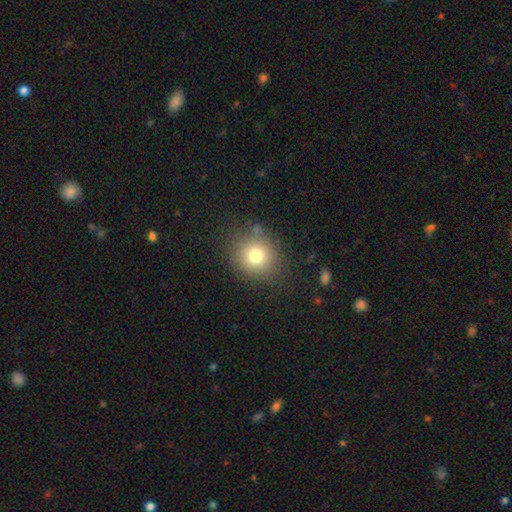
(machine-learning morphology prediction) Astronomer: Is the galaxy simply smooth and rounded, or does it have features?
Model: smooth — 76%.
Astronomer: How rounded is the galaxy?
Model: round — 84%.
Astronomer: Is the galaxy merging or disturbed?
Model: none — 81%.